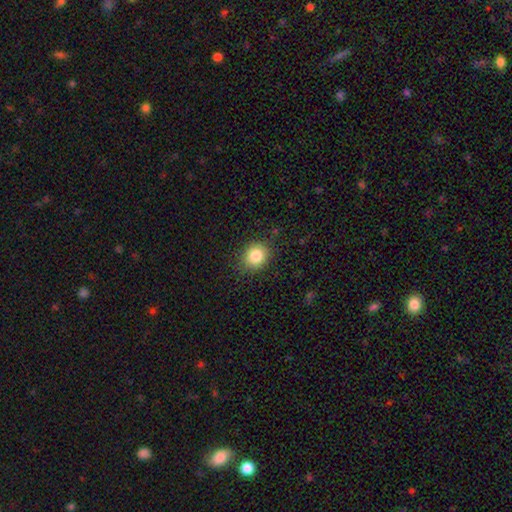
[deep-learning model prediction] Morphology: type=smooth (84%); roundness=round (73%); merging=none (85%).